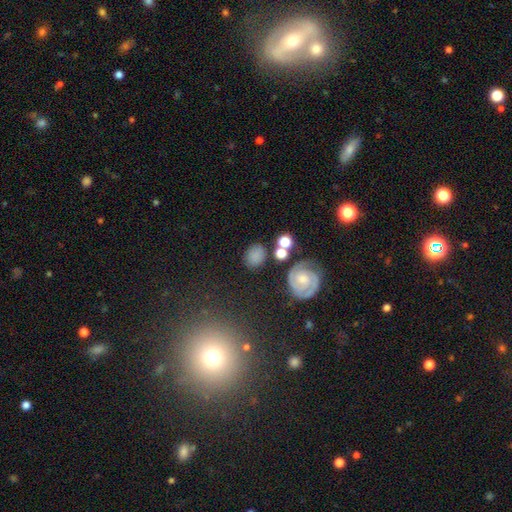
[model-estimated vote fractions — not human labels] Overall: smooth (68%). How rounded: round (57%; in between 41%). Merging: none (72%).